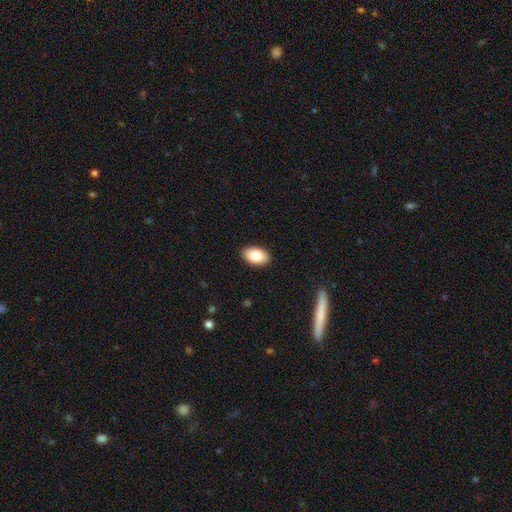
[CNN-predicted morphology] A smooth galaxy with no disk features (84%) that is in between round and cigar-shaped (92%).

Vote fractions:
- Smooth or featured? smooth: 84% / featured or disk: 9% / star or artifact: 7%
- How rounded? in between: 92% / round: 6% / cigar-shaped: 1%
- Merging? none: 90% / minor disturbance: 7% / major disturbance: 2% / merger: 1%